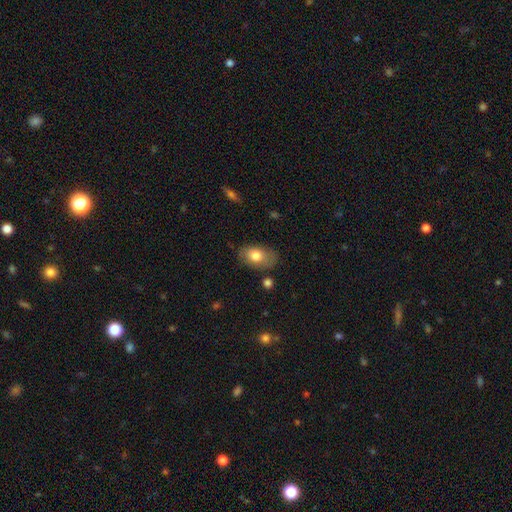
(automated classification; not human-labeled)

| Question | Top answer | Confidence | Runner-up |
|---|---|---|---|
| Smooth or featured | smooth | 74% | featured or disk (19%) |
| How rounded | in between | 87% | round (11%) |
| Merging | none | 73% | minor disturbance (19%) |